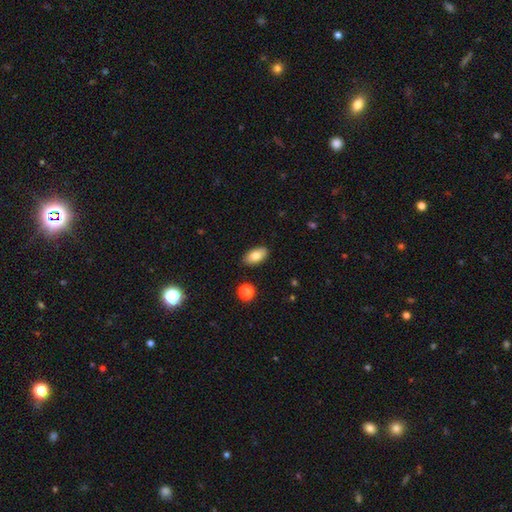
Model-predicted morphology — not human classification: smooth-or-featured: smooth: 80% | featured or disk: 12% | star or artifact: 8%
  how-rounded: in between: 92% | round: 5% | cigar-shaped: 4%
  merging: none: 88% | minor disturbance: 9% | major disturbance: 2% | merger: 2%